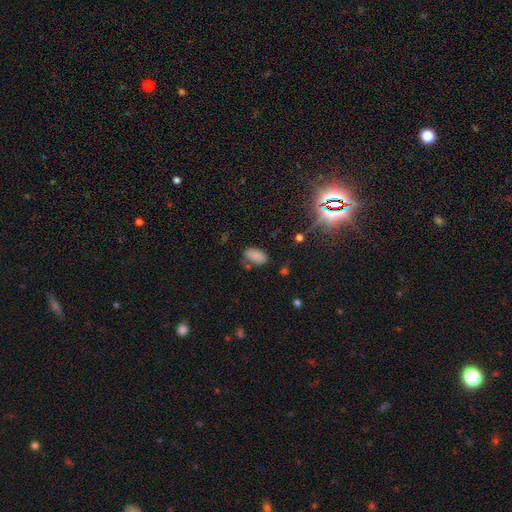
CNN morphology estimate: This appears to be a smooth galaxy with no disk features (79%) that is in between round and cigar-shaped (94%). Merging: none (64%).